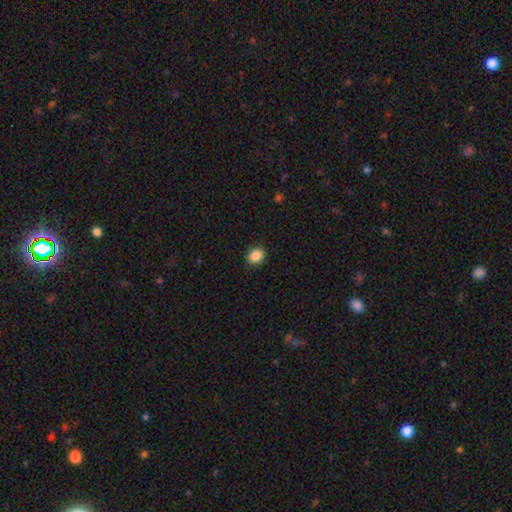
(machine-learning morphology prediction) A smooth galaxy with no disk features (87%) that is round (61%). Merging: none (91%).